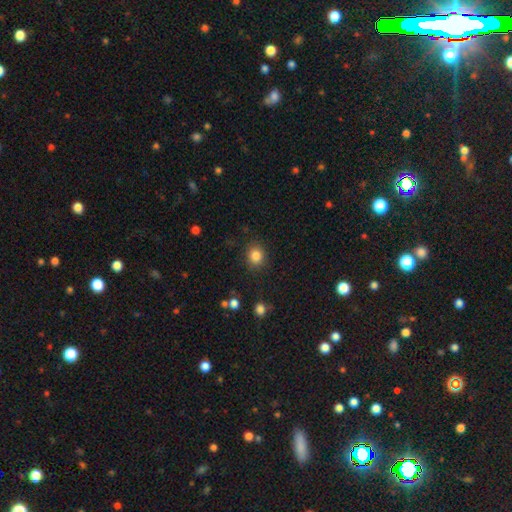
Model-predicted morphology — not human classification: A smooth galaxy with no disk features (85%) that is round (75%).

Vote fractions:
- Smooth or featured? smooth: 85% / star or artifact: 11% / featured or disk: 5%
- How rounded? round: 75% / in between: 25% / cigar-shaped: 1%
- Merging? none: 87% / minor disturbance: 9% / major disturbance: 3% / merger: 1%